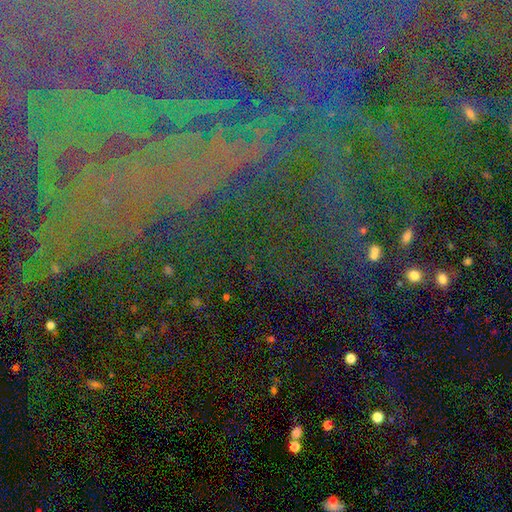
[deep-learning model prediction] Q: Smooth or featured?
A: star or artifact (75%); runner-up: featured or disk (14%)